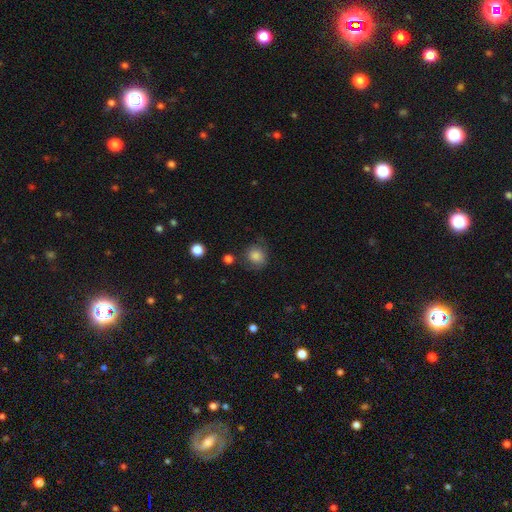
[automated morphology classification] This appears to be a smooth galaxy with no disk features (82%) that is round (80%). Merging: none (71%).